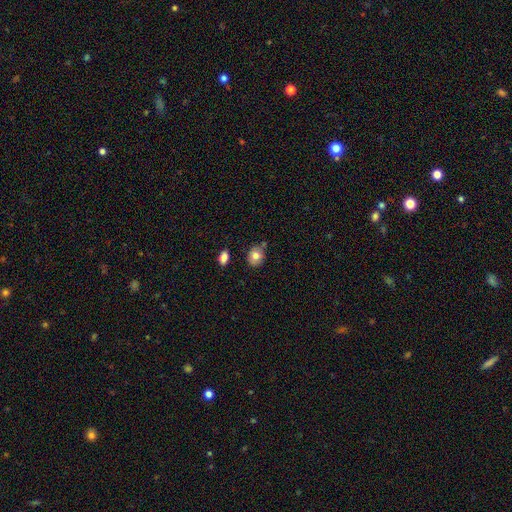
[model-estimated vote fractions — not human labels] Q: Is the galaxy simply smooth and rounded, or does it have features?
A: smooth — 79%.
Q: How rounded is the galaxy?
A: round — 60%.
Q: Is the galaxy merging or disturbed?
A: none — 74%.